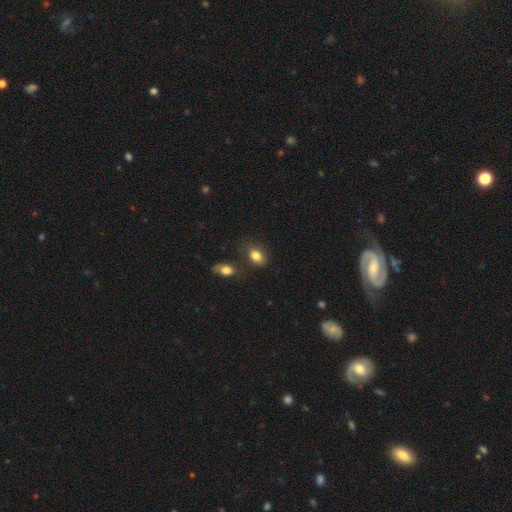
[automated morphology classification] Smooth or featured?
  - smooth: 82% *
  - featured or disk: 9%
  - star or artifact: 9%
How rounded?
  - in between: 77% *
  - round: 21%
  - cigar-shaped: 2%
Merging?
  - none: 66% *
  - minor disturbance: 16%
  - merger: 13%
  - major disturbance: 5%